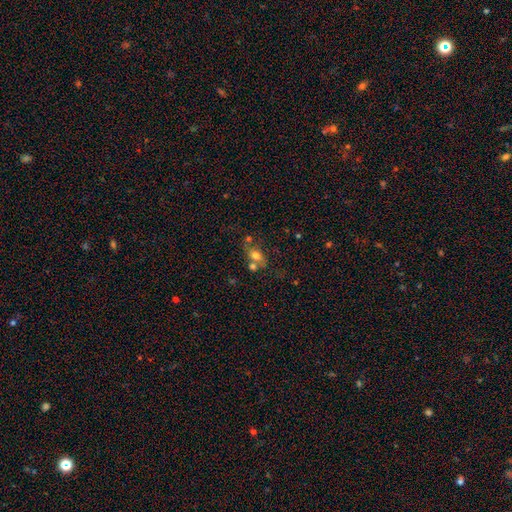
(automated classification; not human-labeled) A smooth galaxy with no disk features (69%) that is in between round and cigar-shaped (69%). Merging: none (44%).